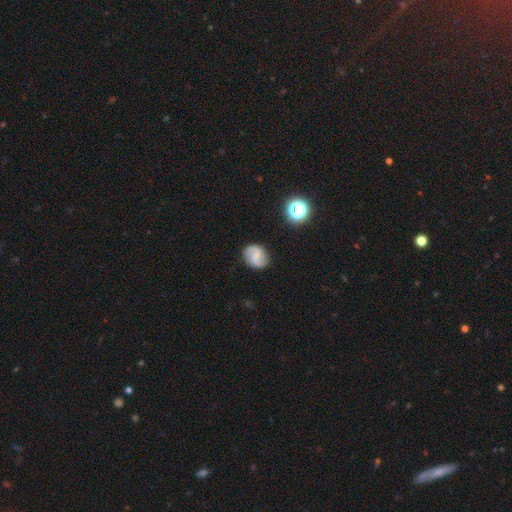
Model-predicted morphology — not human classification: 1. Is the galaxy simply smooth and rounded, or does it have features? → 58% featured or disk, 32% smooth, 9% star or artifact.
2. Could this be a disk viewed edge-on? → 98% no, 2% yes.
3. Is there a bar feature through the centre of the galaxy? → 48% weak, 26% no, 26% strong.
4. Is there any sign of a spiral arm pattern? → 90% yes, 10% no.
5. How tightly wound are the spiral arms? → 50% loose, 36% medium, 14% tight.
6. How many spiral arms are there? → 89% 2, 5% can't tell, 3% 1, 1% 3, 1% 4, 1% more than 4.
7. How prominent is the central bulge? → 41% small (tied), 41% none (tied), 16% moderate, 2% large, 1% dominant.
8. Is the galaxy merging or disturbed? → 82% none, 12% minor disturbance, 4% major disturbance, 2% merger.